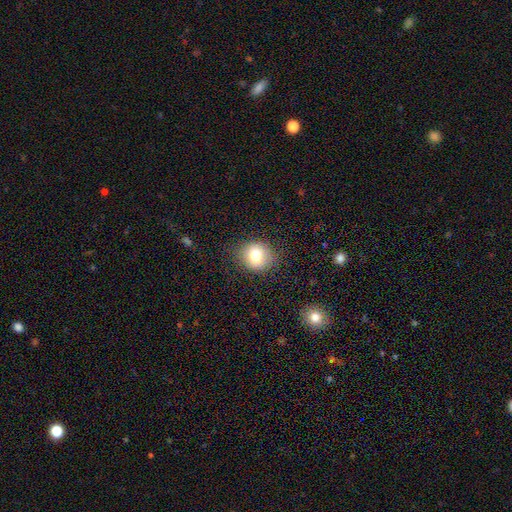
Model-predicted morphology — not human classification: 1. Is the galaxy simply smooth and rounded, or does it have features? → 76% smooth, 13% featured or disk, 10% star or artifact.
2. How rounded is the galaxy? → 69% round, 30% in between, 1% cigar-shaped.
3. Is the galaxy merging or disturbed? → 83% none, 12% minor disturbance, 4% major disturbance, 1% merger.